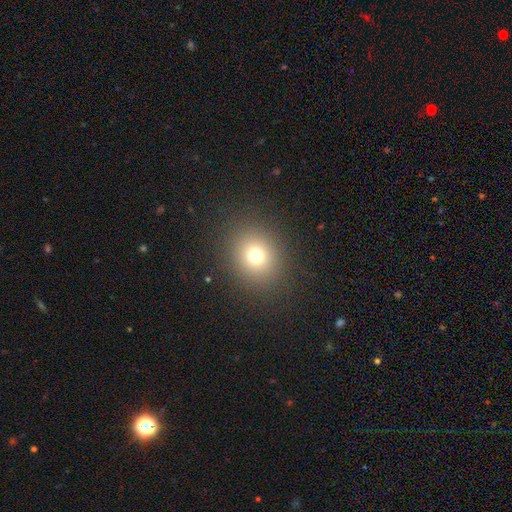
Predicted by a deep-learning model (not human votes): Q: Smooth or featured?
A: smooth (73%); runner-up: star or artifact (18%)
Q: How rounded?
A: round (75%); runner-up: in between (24%)
Q: Merging?
A: none (88%); runner-up: minor disturbance (7%)